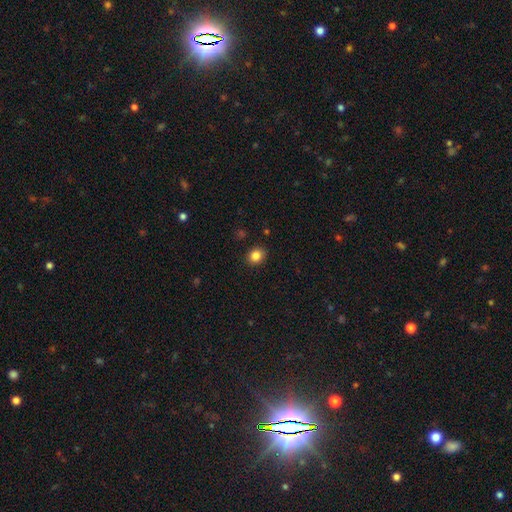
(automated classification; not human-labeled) smooth-or-featured: smooth: 84% | star or artifact: 11% | featured or disk: 5%
  how-rounded: round: 71% | in between: 28% | cigar-shaped: 1%
  merging: none: 90% | minor disturbance: 7% | major disturbance: 2% | merger: 1%